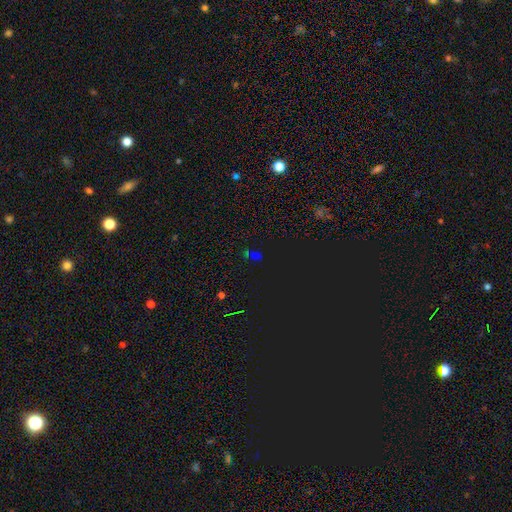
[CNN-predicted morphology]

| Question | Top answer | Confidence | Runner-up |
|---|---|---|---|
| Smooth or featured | star or artifact | 63% | smooth (28%) |